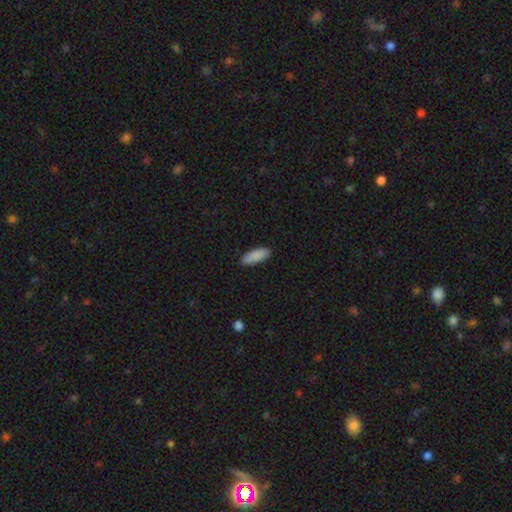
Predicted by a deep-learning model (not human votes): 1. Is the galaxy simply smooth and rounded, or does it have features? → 89% smooth, 6% star or artifact, 5% featured or disk.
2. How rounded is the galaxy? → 64% in between, 35% cigar-shaped, 2% round.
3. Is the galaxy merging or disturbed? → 88% none, 9% minor disturbance, 2% major disturbance, 1% merger.